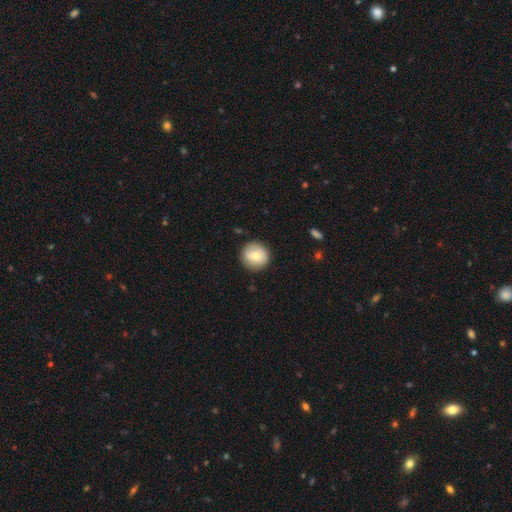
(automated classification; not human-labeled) smooth 71%, featured or disk 21%, star or artifact 8%. Down the decision tree: how rounded — round (94%); merging — none (88%).